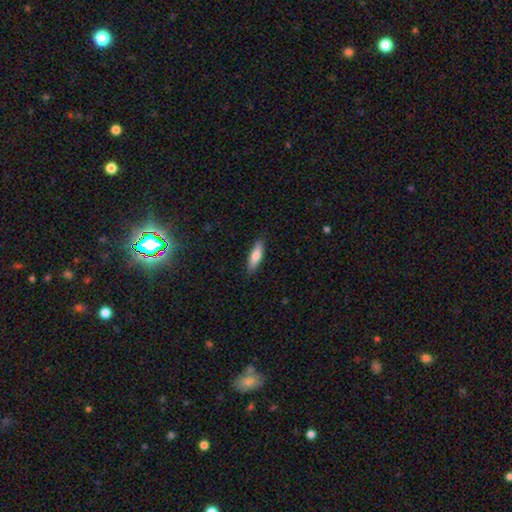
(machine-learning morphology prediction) Smooth or featured? smooth (75%)
How rounded? cigar-shaped (55%)
Merging? none (88%)